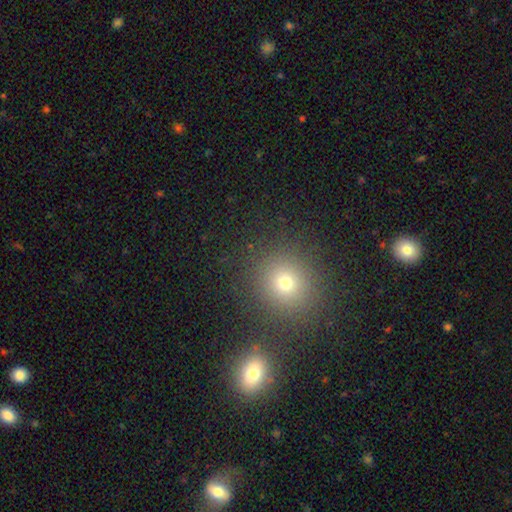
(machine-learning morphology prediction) Overall: smooth (60%; star or artifact 31%). How rounded: round (85%). Merging: none (83%).